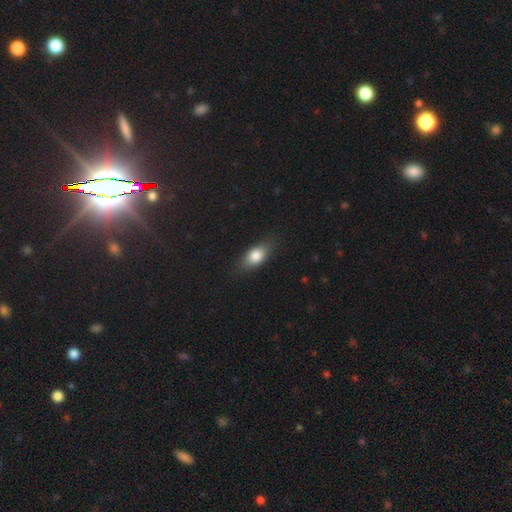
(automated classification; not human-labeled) Q: Smooth or featured?
A: smooth (79%); runner-up: featured or disk (13%)
Q: How rounded?
A: in between (81%); runner-up: cigar-shaped (10%)
Q: Merging?
A: none (80%); runner-up: minor disturbance (15%)